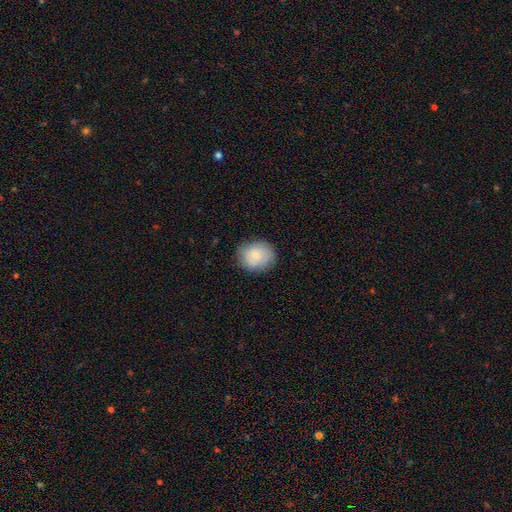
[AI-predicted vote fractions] Smooth or featured? smooth (78%)
How rounded? round (68%)
Merging? none (82%)